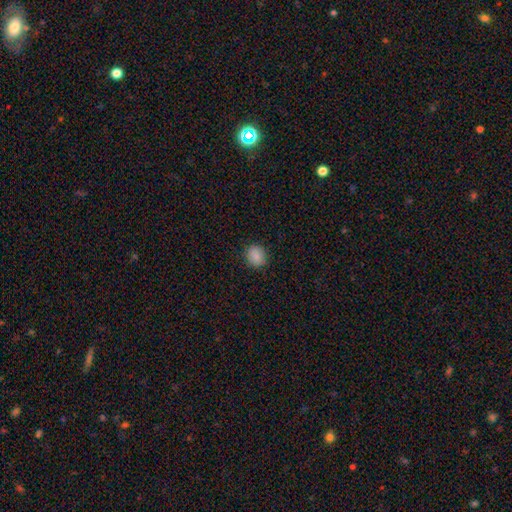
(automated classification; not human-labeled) smooth-or-featured: smooth: 88% | star or artifact: 9% | featured or disk: 3%
  how-rounded: round: 71% | in between: 28% | cigar-shaped: 1%
  merging: none: 89% | minor disturbance: 8% | major disturbance: 2% | merger: 1%